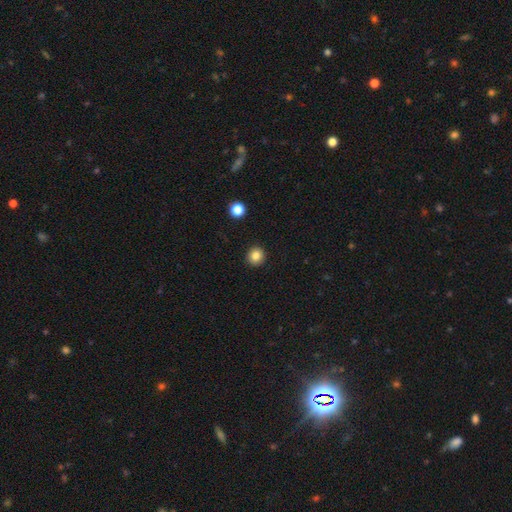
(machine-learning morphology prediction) A smooth galaxy with no disk features (84%) that is round (92%).

Vote fractions:
- Smooth or featured? smooth: 84% / star or artifact: 11% / featured or disk: 6%
- How rounded? round: 92% / in between: 7% / cigar-shaped: 1%
- Merging? none: 93% / minor disturbance: 4% / major disturbance: 2% / merger: 1%